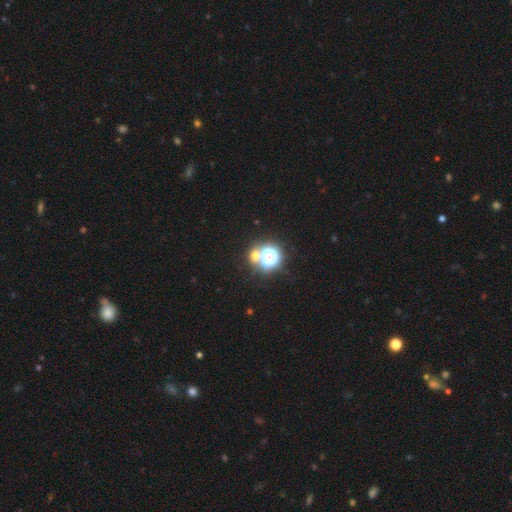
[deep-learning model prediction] Smooth or featured: star or artifact — 47% (smooth — 43%)